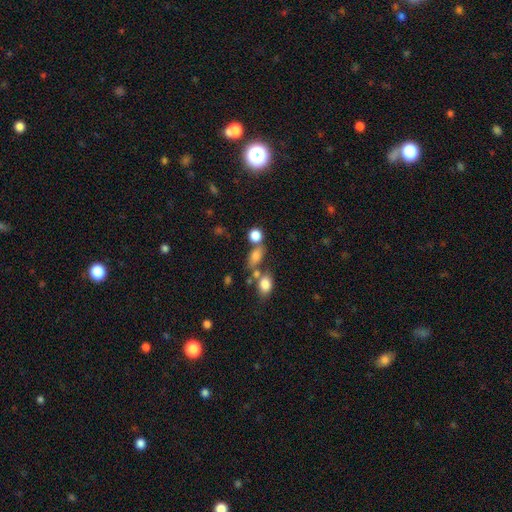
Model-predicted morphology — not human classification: smooth-or-featured: smooth: 74% | star or artifact: 13% | featured or disk: 12%
  how-rounded: in between: 70% | round: 24% | cigar-shaped: 6%
  merging: none: 52% | merger: 27% | minor disturbance: 14% | major disturbance: 7%